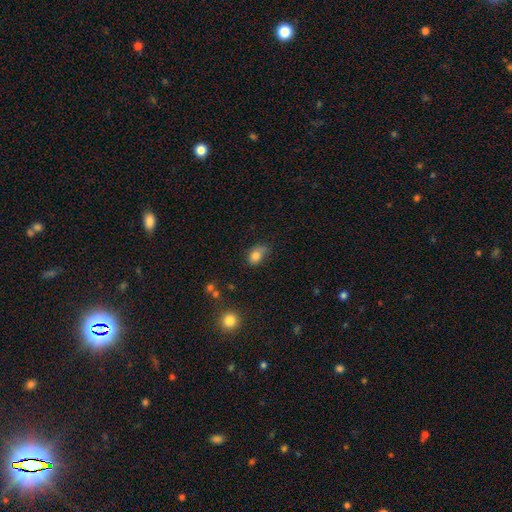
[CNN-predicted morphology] Smooth or featured: smooth — 81% (star or artifact — 10%)
How rounded: in between — 78% (round — 20%)
Merging: none — 46% (minor disturbance — 37%)